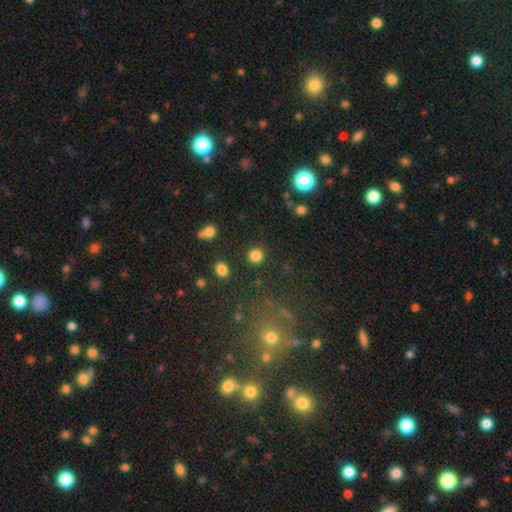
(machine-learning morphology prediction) Smooth or featured?
  - smooth: 84% *
  - star or artifact: 12%
  - featured or disk: 4%
How rounded?
  - round: 91% *
  - in between: 8%
  - cigar-shaped: 1%
Merging?
  - none: 90% *
  - minor disturbance: 5%
  - major disturbance: 2%
  - merger: 2%